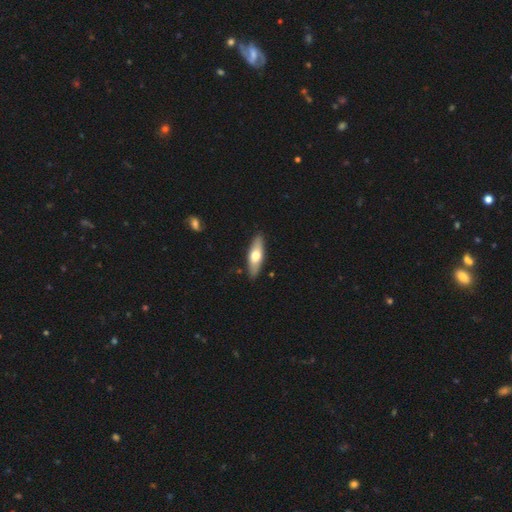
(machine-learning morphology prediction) Overall: smooth (56%; featured or disk 39%). How rounded: in between (49%, tied with cigar-shaped). Merging: none (88%).